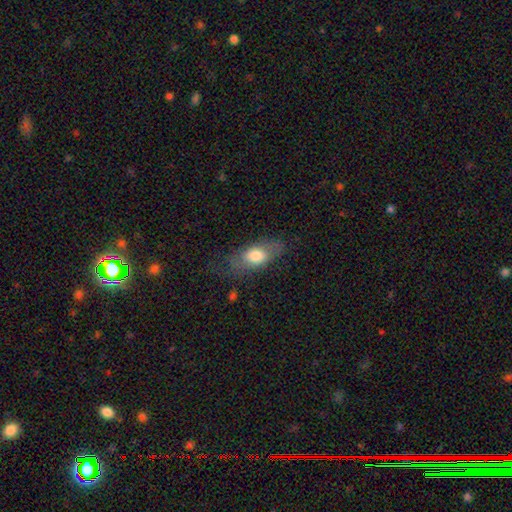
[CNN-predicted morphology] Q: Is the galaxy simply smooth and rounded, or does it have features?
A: smooth — 68%.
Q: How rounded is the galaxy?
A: in between — 84%.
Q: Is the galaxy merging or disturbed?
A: none — 60%.